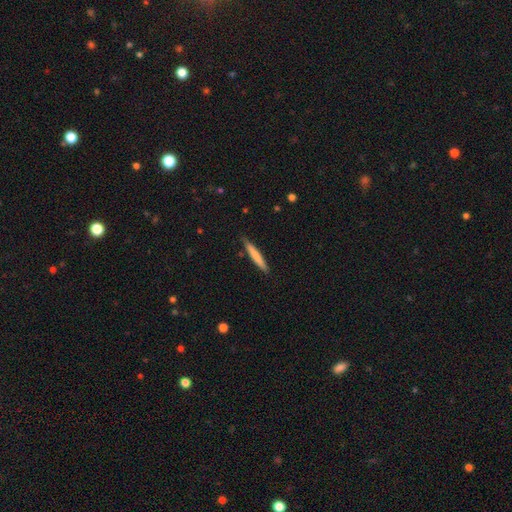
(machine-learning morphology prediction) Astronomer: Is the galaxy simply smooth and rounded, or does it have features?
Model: smooth — 69%.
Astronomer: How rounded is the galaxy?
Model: cigar-shaped — 95%.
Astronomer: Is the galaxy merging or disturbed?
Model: none — 87%.